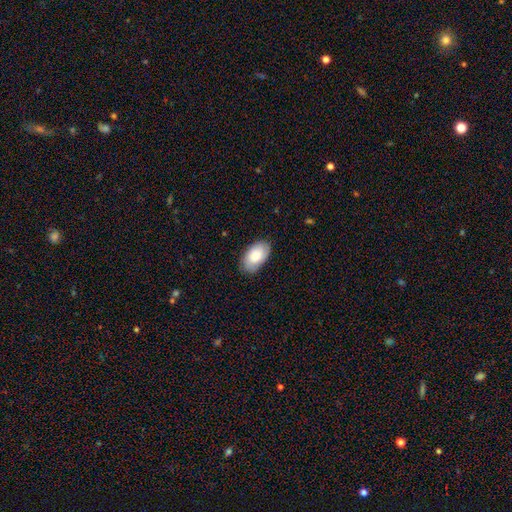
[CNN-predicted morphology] smooth-or-featured: smooth: 80% | featured or disk: 14% | star or artifact: 6%
  how-rounded: in between: 95% | round: 4% | cigar-shaped: 1%
  merging: none: 83% | minor disturbance: 14% | major disturbance: 3% | merger: 1%